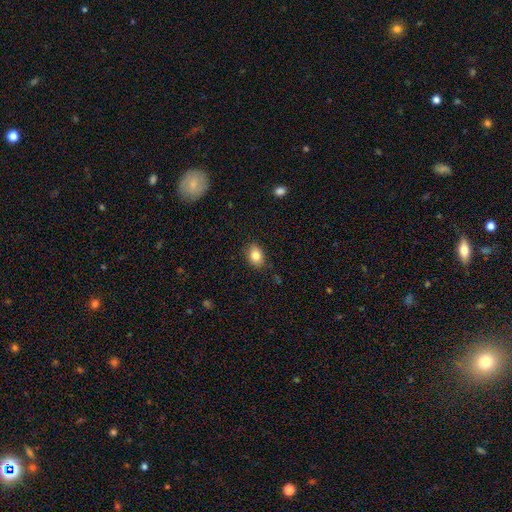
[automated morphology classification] Smooth or featured? smooth (83%)
How rounded? in between (71%)
Merging? none (86%)